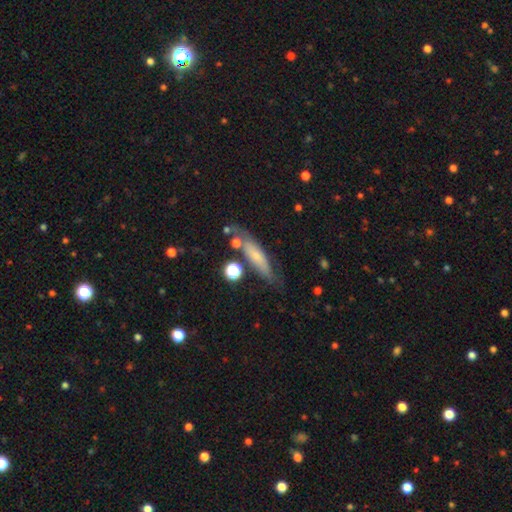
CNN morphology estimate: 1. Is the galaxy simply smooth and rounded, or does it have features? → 55% smooth, 36% featured or disk, 9% star or artifact.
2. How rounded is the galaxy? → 68% cigar-shaped, 29% in between, 4% round.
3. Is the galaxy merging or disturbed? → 62% none, 22% minor disturbance, 9% major disturbance, 8% merger.